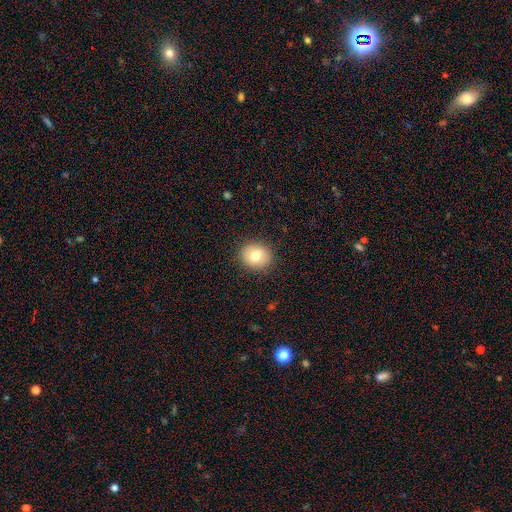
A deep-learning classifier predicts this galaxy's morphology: type=smooth (77%); roundness=round (68%); merging=none (89%).